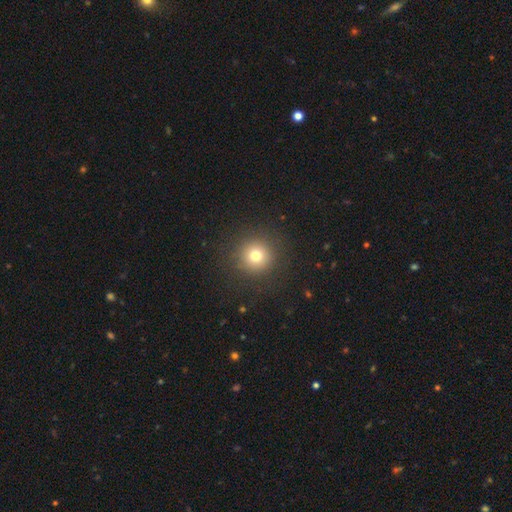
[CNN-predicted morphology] Q: Smooth or featured?
A: smooth (76%); runner-up: star or artifact (15%)
Q: How rounded?
A: round (94%); runner-up: in between (5%)
Q: Merging?
A: none (90%); runner-up: minor disturbance (6%)